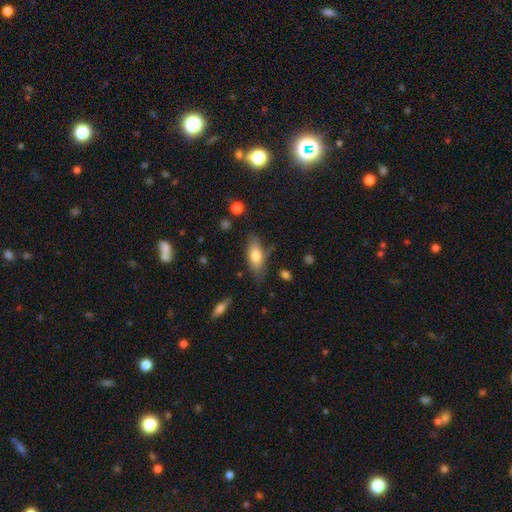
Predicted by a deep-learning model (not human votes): A smooth galaxy with no disk features (72%) that is in between round and cigar-shaped (81%).

Vote fractions:
- Smooth or featured? smooth: 72% / featured or disk: 21% / star or artifact: 7%
- How rounded? in between: 81% / cigar-shaped: 16% / round: 3%
- Merging? none: 66% / minor disturbance: 24% / major disturbance: 6% / merger: 4%